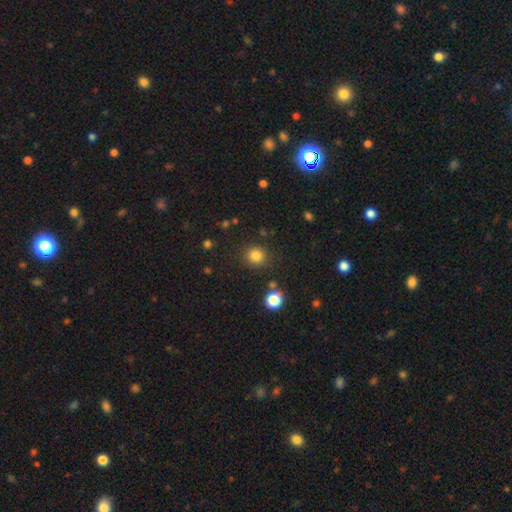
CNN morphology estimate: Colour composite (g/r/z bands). It shows a smooth galaxy with no disk features (83%) that is round (88%). Merging: none (86%).